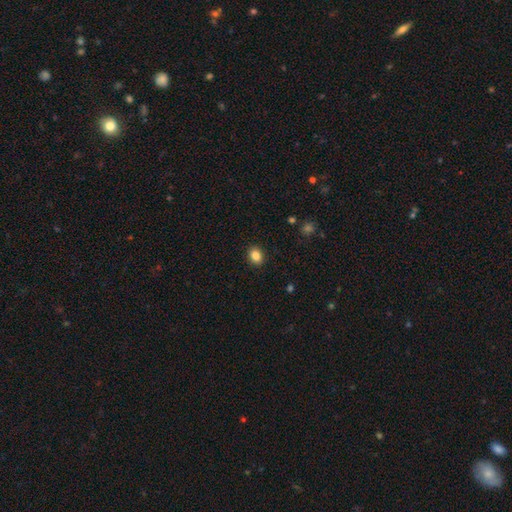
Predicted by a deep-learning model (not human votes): This appears to be a smooth galaxy with no disk features (85%) that is in between round and cigar-shaped (51%). Merging: none (91%).